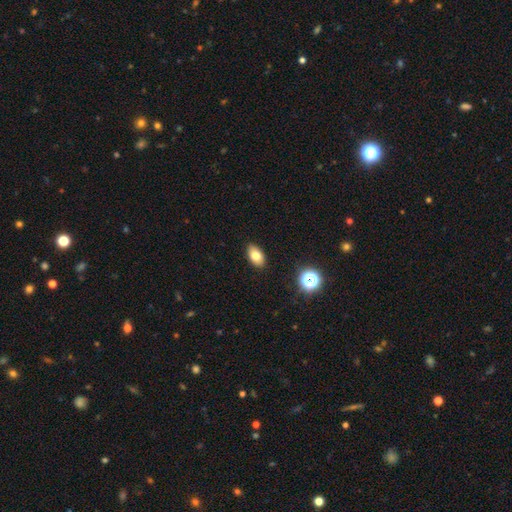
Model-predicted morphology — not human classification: smooth-or-featured: smooth: 78% | featured or disk: 12% | star or artifact: 11%
  how-rounded: in between: 90% | round: 8% | cigar-shaped: 2%
  merging: none: 89% | minor disturbance: 8% | major disturbance: 2% | merger: 1%